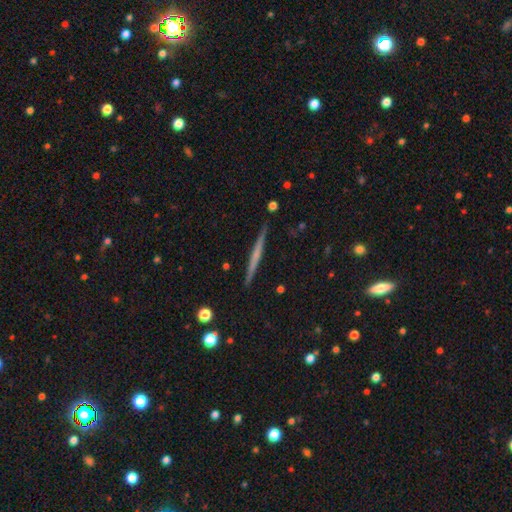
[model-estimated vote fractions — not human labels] featured or disk 55%, smooth 39%, star or artifact 6%. Down the decision tree: edge-on disk — yes (98%); edge-on bulge — none (79%); merging — none (92%).